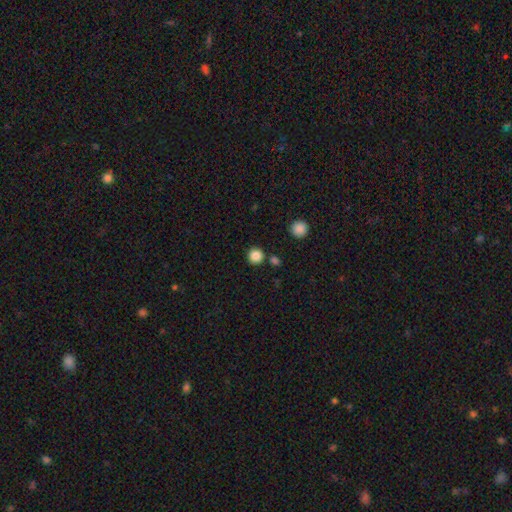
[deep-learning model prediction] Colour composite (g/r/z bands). It shows a smooth galaxy with no disk features (85%) that is round (94%). Merging: none (85%).